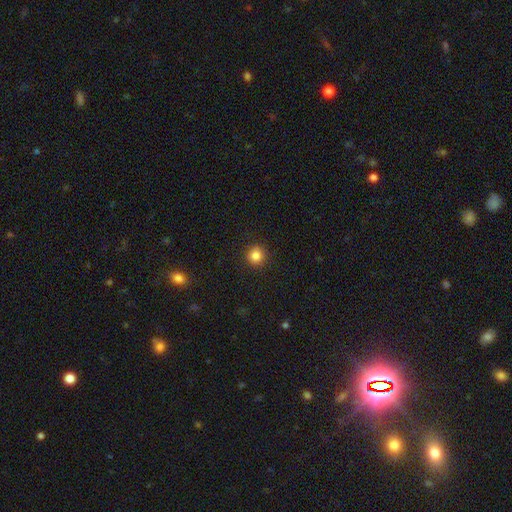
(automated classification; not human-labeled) Smooth or featured: smooth — 84% (star or artifact — 11%)
How rounded: round — 94% (in between — 5%)
Merging: none — 92% (minor disturbance — 5%)